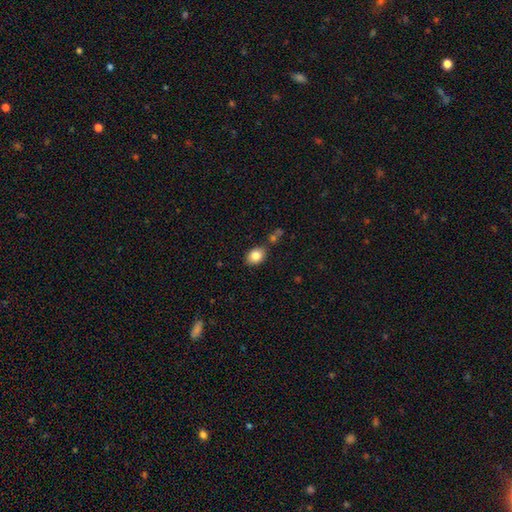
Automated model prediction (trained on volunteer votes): The model was most divided on "how rounded": in between: 66%, round: 33%, cigar-shaped: 1%. More confident: smooth or featured — smooth (83%); merging — none (77%).